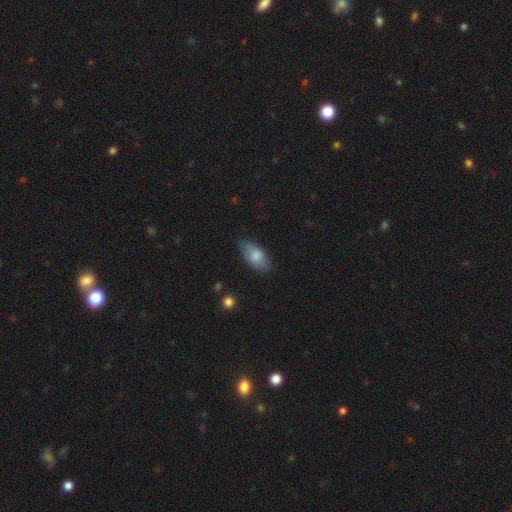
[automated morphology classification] smooth_or_featured: smooth (p=0.78) [alt: featured or disk p=0.15]
how_rounded: in between (p=0.92) [alt: cigar-shaped p=0.04]
merging: none (p=0.76) [alt: minor disturbance p=0.19]